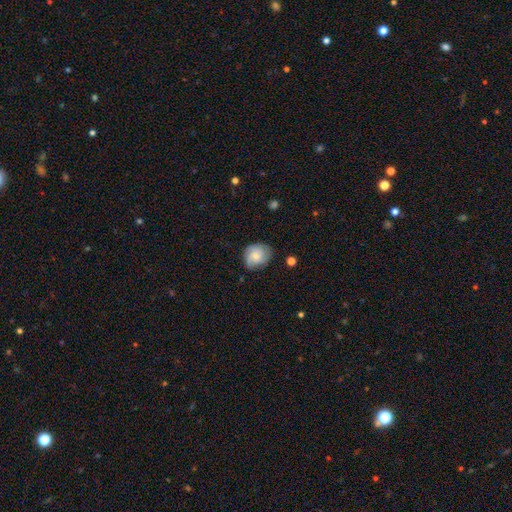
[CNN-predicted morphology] Smooth or featured? smooth (62%)
How rounded? round (67%)
Merging? none (70%)